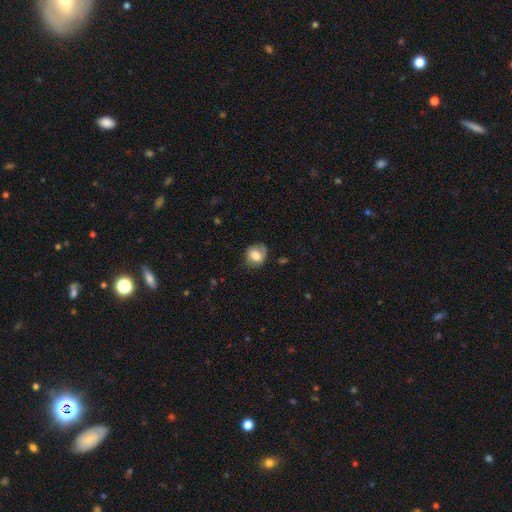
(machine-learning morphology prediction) Smooth or featured: smooth — 67% (featured or disk — 25%)
How rounded: round — 60% (in between — 39%)
Merging: none — 66% (minor disturbance — 24%)